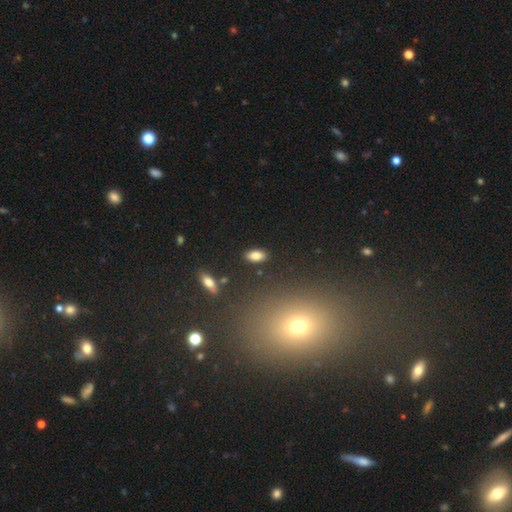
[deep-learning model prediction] Smooth or featured?
  - smooth: 83% *
  - star or artifact: 9%
  - featured or disk: 8%
How rounded?
  - in between: 88% *
  - cigar-shaped: 8%
  - round: 4%
Merging?
  - none: 86% *
  - minor disturbance: 9%
  - major disturbance: 3%
  - merger: 3%